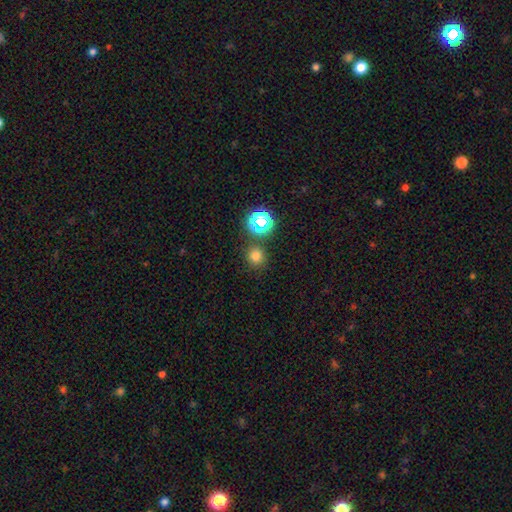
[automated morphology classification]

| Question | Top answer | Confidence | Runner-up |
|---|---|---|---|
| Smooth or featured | smooth | 73% | star or artifact (21%) |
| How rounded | round | 91% | in between (8%) |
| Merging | none | 85% | minor disturbance (7%) |